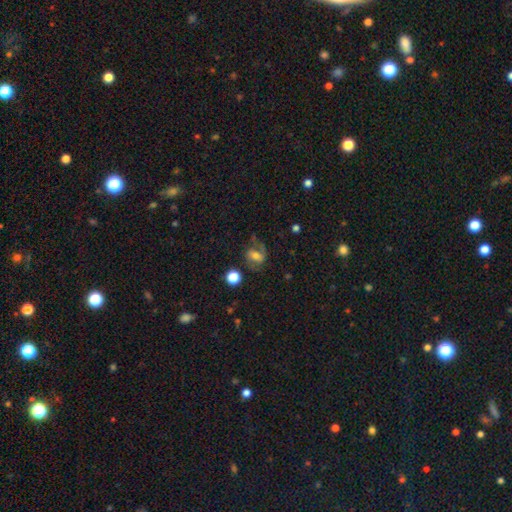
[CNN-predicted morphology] This appears to be a featured or disk galaxy (44%). Merging: none (56%).